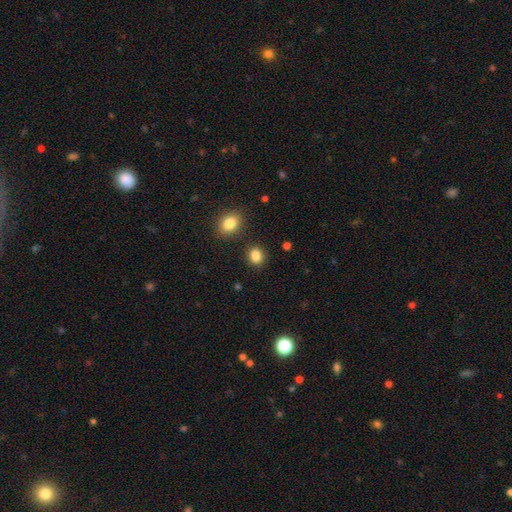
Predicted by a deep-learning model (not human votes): smooth 85%, star or artifact 11%, featured or disk 4%. Down the decision tree: how rounded — round (65%); merging — none (87%).